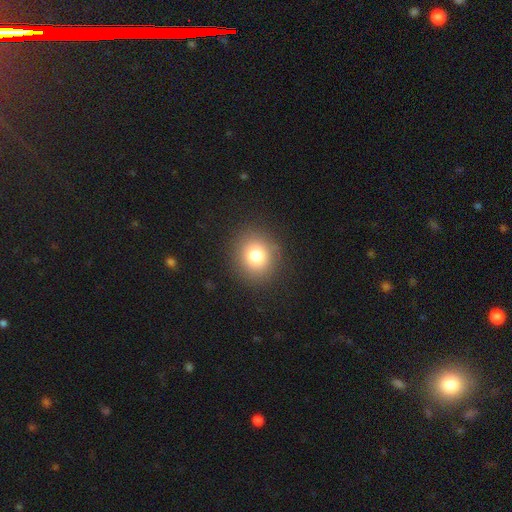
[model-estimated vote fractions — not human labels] smooth 77%, star or artifact 13%, featured or disk 9%. Down the decision tree: how rounded — round (84%); merging — none (89%).